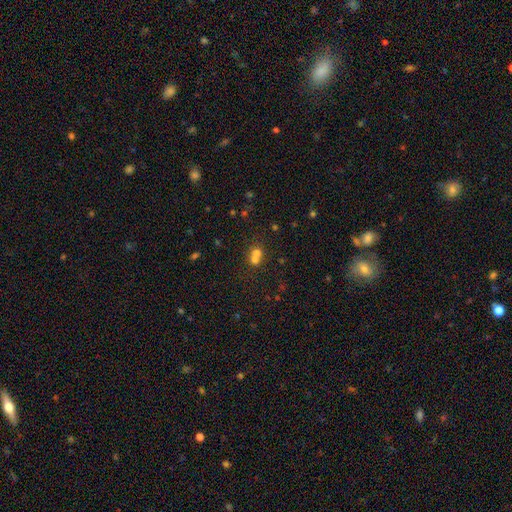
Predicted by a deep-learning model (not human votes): smooth-or-featured: smooth: 64% | star or artifact: 18% | featured or disk: 18%
  how-rounded: round: 76% | in between: 23% | cigar-shaped: 1%
  merging: merger: 63% | none: 29% | minor disturbance: 5% | major disturbance: 3%